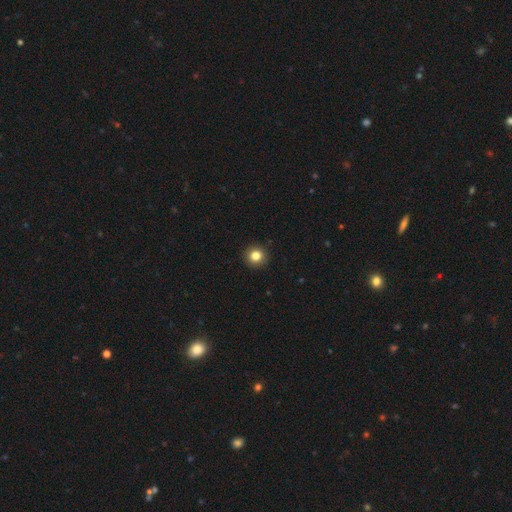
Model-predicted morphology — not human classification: type=smooth (83%); roundness=round (93%); merging=none (93%).